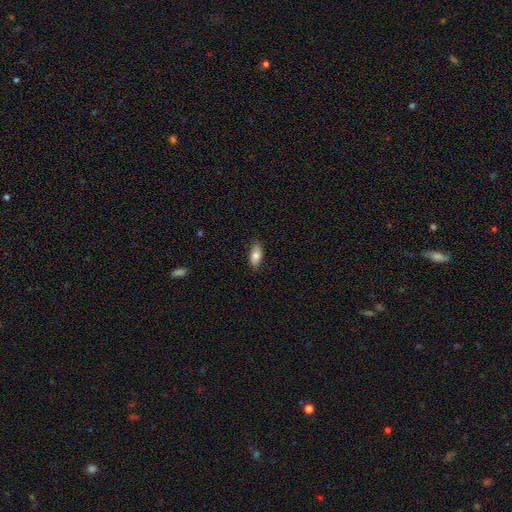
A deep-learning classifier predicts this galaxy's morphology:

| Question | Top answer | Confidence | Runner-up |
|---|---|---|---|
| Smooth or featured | smooth | 77% | featured or disk (17%) |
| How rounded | in between | 87% | cigar-shaped (10%) |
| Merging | none | 84% | minor disturbance (13%) |